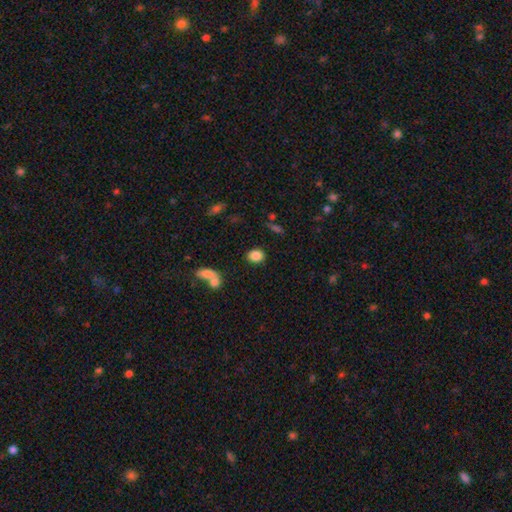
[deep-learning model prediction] Smooth or featured? Predicted: smooth (p=0.85). How rounded? Predicted: in between (p=0.55). Merging? Predicted: none (p=0.82).